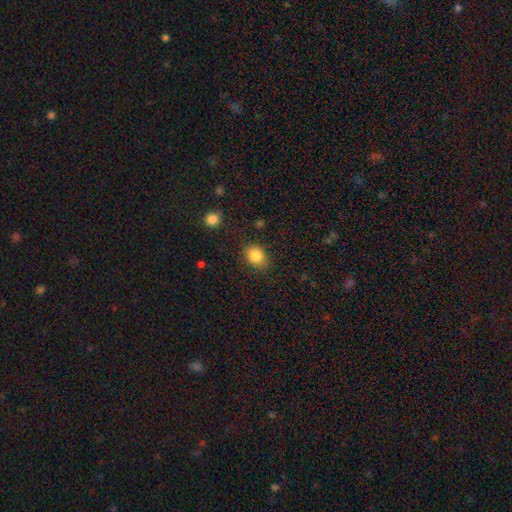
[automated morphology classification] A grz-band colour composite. It shows a smooth galaxy with no disk features (86%) that is round (51%). Merging: none (80%).